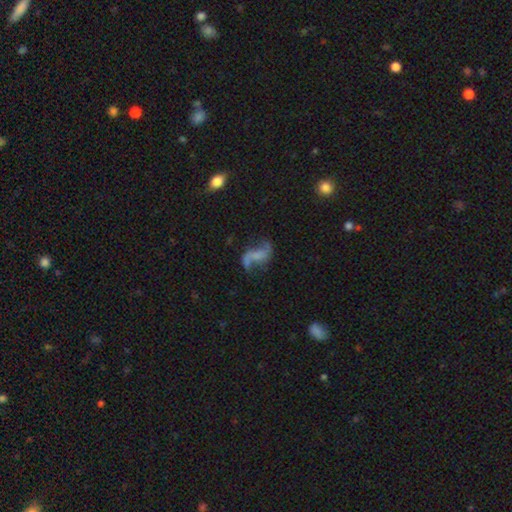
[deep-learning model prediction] This appears to be a featured or disk galaxy (75%) with no bar (44%), 2 (90%) loose (86%) spiral arms (90%) and no central bulge (68%). Merging: none (58%).